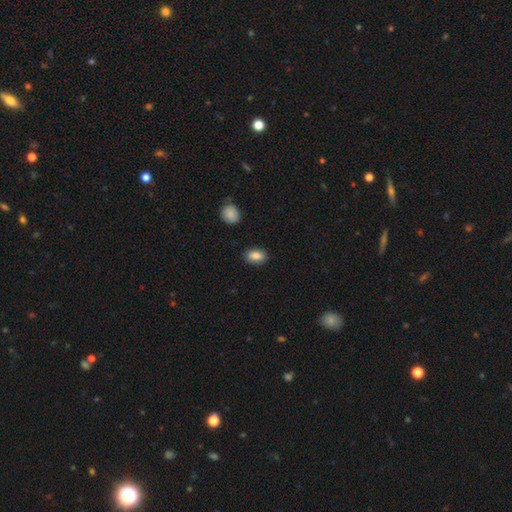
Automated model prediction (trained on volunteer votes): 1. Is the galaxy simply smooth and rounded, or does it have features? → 86% smooth, 8% star or artifact, 6% featured or disk.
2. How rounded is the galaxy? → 87% in between, 10% round, 2% cigar-shaped.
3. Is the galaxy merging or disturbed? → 87% none, 10% minor disturbance, 2% major disturbance, 1% merger.